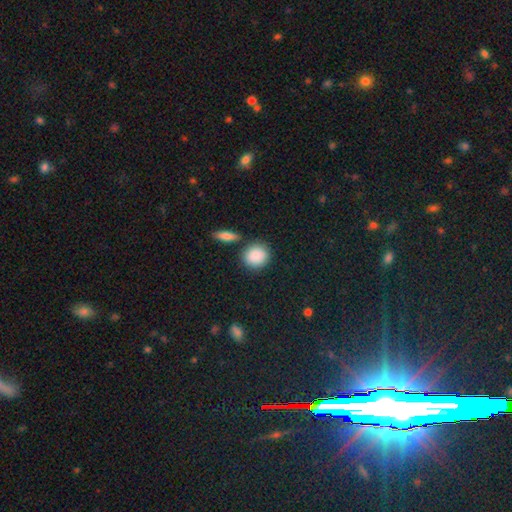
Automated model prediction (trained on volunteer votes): This is clearly a smooth galaxy (88%). How rounded: likely round (80%). Merging: likely none (78%).